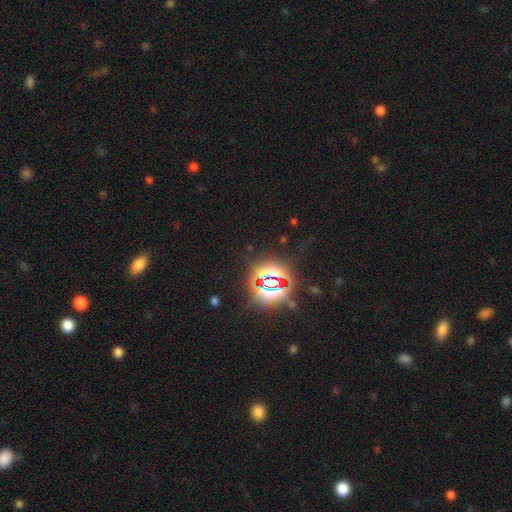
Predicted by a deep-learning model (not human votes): A star or artifact, not a galaxy (81%).